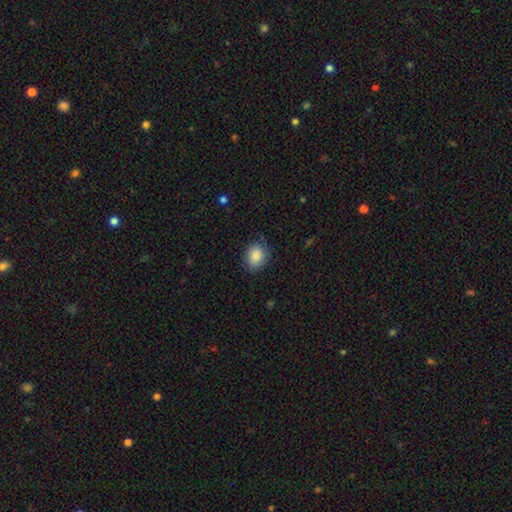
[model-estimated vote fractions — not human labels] Smooth or featured?
  - smooth: 88% *
  - star or artifact: 8%
  - featured or disk: 4%
How rounded?
  - round: 57% *
  - in between: 42%
  - cigar-shaped: 1%
Merging?
  - none: 84% *
  - minor disturbance: 12%
  - major disturbance: 3%
  - merger: 1%